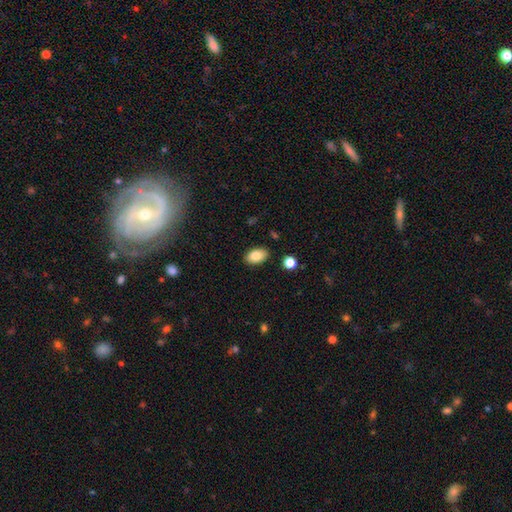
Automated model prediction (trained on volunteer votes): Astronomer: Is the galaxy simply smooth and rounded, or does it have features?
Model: smooth — 82%.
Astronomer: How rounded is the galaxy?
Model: in between — 92%.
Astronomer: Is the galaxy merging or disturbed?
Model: none — 87%.